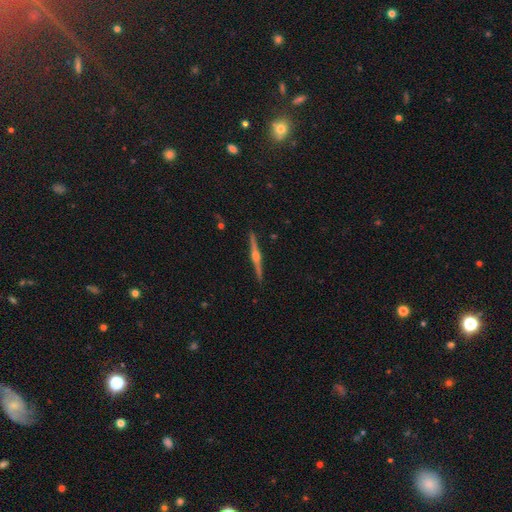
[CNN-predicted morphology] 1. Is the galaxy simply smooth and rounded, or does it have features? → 86% featured or disk, 9% smooth, 5% star or artifact.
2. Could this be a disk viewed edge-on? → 99% yes, 1% no.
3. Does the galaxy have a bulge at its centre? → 91% rounded, 6% boxy, 3% none.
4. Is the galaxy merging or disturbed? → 92% none, 5% minor disturbance, 1% major disturbance, 1% merger.